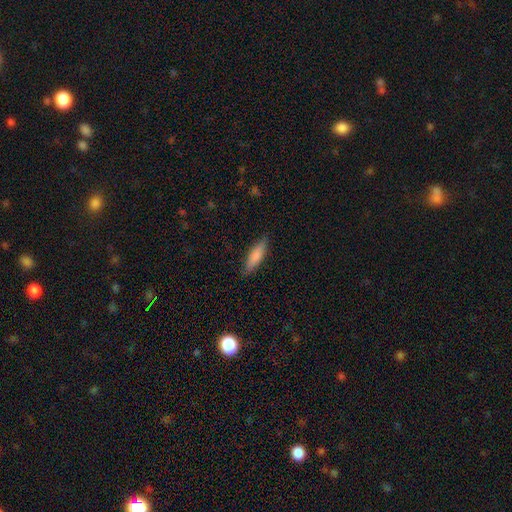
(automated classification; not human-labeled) smooth 78%, featured or disk 16%, star or artifact 6%. Down the decision tree: how rounded — cigar-shaped (59%); merging — none (85%).